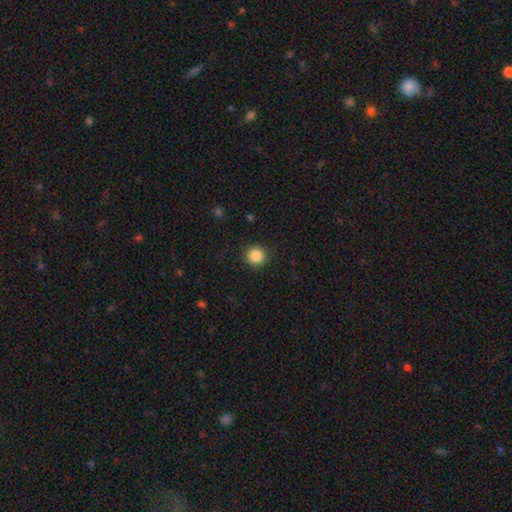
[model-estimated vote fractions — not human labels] This is clearly a smooth galaxy (86%). How rounded: clearly round (94%). Merging: clearly none (91%).